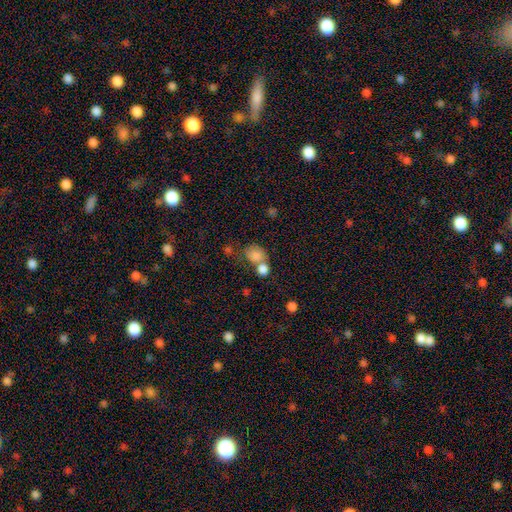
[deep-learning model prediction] This appears to be a smooth galaxy with no disk features (81%) that is round (57%). Merging: merger (45%).